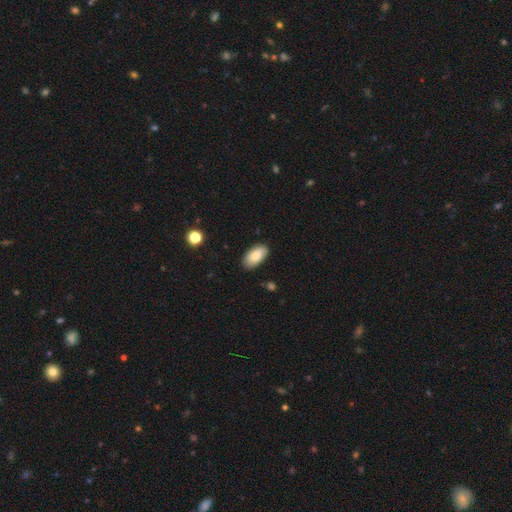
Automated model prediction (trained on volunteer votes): smooth_or_featured: smooth (p=0.81) [alt: featured or disk p=0.12]
how_rounded: in between (p=0.94) [alt: round p=0.03]
merging: none (p=0.84) [alt: minor disturbance p=0.12]